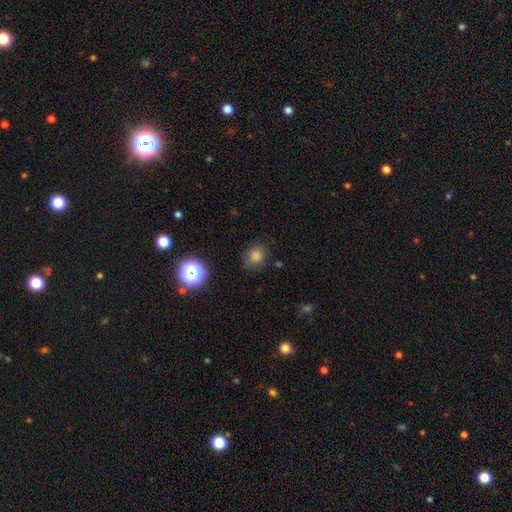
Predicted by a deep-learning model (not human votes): A smooth galaxy with no disk features (78%) that is round (72%).

Vote fractions:
- Smooth or featured? smooth: 78% / star or artifact: 17% / featured or disk: 5%
- How rounded? round: 72% / in between: 27% / cigar-shaped: 1%
- Merging? none: 82% / minor disturbance: 13% / major disturbance: 4% / merger: 1%